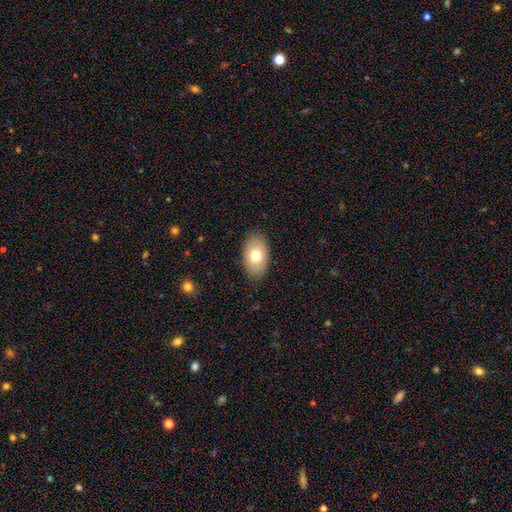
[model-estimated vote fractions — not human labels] A smooth galaxy with no disk features (73%) that is in between round and cigar-shaped (91%). Merging: none (86%).